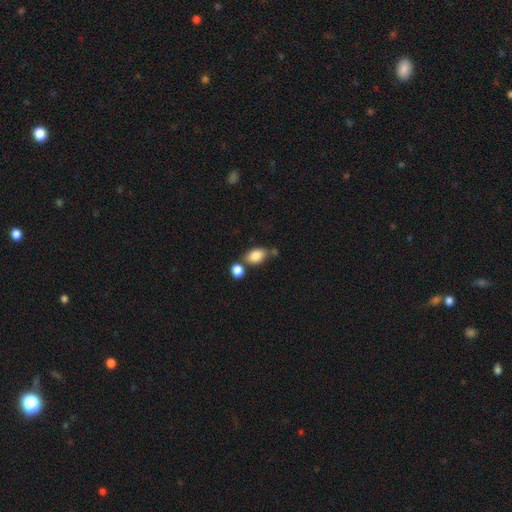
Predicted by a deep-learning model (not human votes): Overall: smooth (84%). How rounded: in between (83%). Merging: none (59%; merger 23%).